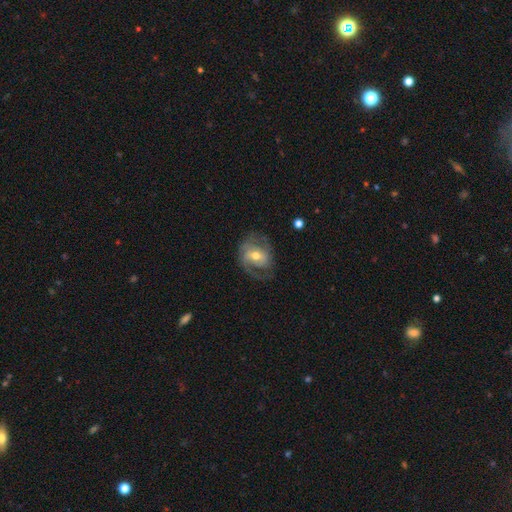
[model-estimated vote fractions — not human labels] A featured or disk galaxy (78%) with a weak bar (44%), 2 (55%) medium (44%) spiral arms (89%) and a moderate central bulge (69%). Merging: none (62%).